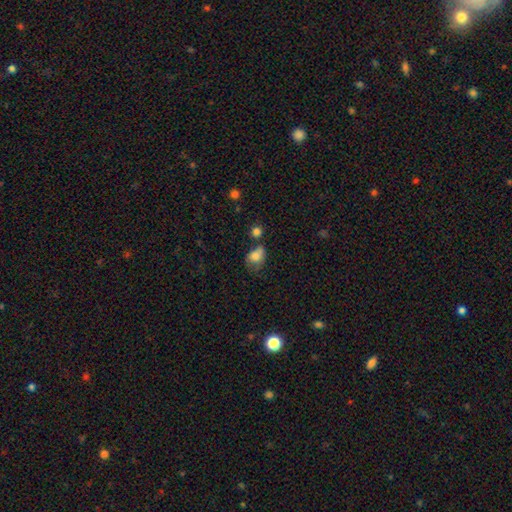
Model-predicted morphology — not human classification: smooth-or-featured: smooth: 77% | featured or disk: 13% | star or artifact: 11%
  how-rounded: in between: 60% | round: 39% | cigar-shaped: 1%
  merging: none: 32% | minor disturbance: 28% | merger: 22% | major disturbance: 18%